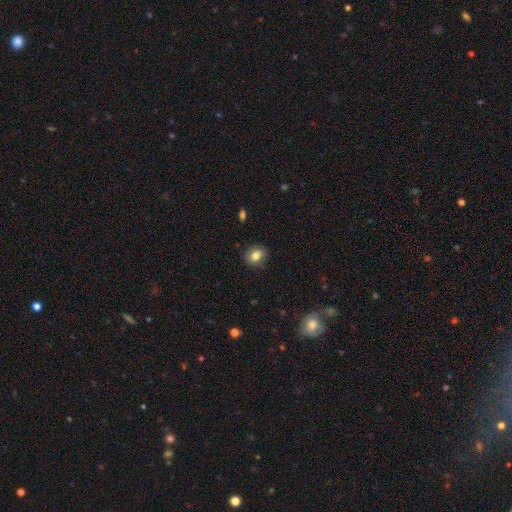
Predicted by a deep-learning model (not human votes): smooth_or_featured: smooth (p=0.80) [alt: featured or disk p=0.11]
how_rounded: round (p=0.58) [alt: in between p=0.41]
merging: none (p=0.86) [alt: minor disturbance p=0.10]